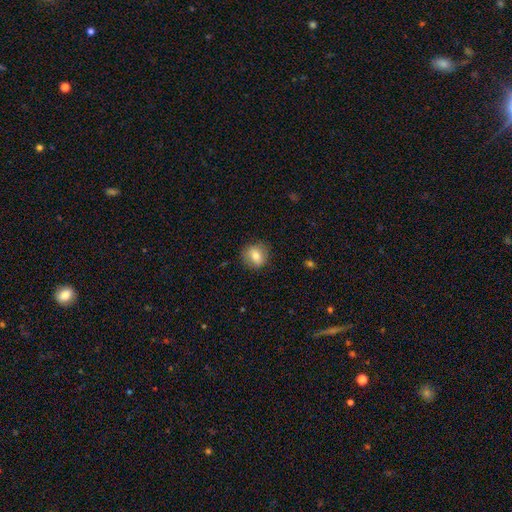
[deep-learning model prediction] The model was most divided on "smooth or featured": smooth: 73%, featured or disk: 18%, star or artifact: 9%. More confident: merging — none (84%); how rounded — round (79%).